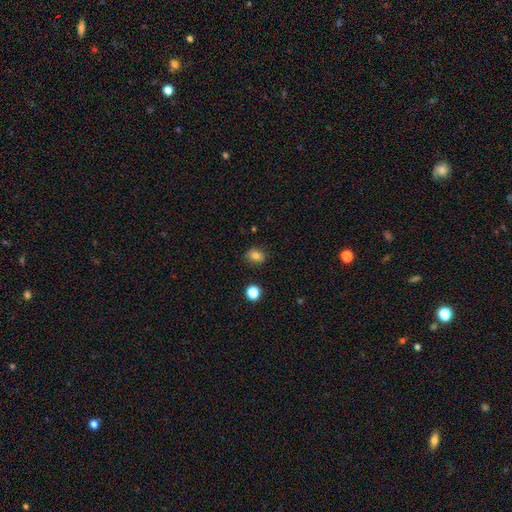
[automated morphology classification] Smooth or featured?
  - smooth: 81% *
  - star or artifact: 12%
  - featured or disk: 7%
How rounded?
  - in between: 58% *
  - round: 41%
  - cigar-shaped: 1%
Merging?
  - none: 85% *
  - minor disturbance: 11%
  - major disturbance: 3%
  - merger: 2%